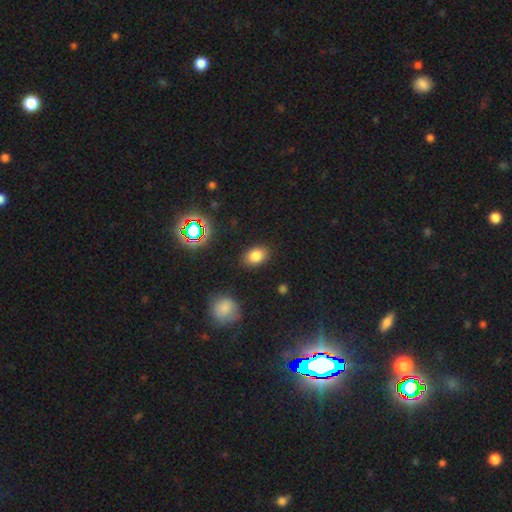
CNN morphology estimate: smooth-or-featured: smooth: 79% | star or artifact: 13% | featured or disk: 8%
  how-rounded: in between: 77% | round: 21% | cigar-shaped: 1%
  merging: none: 86% | minor disturbance: 10% | major disturbance: 3% | merger: 2%